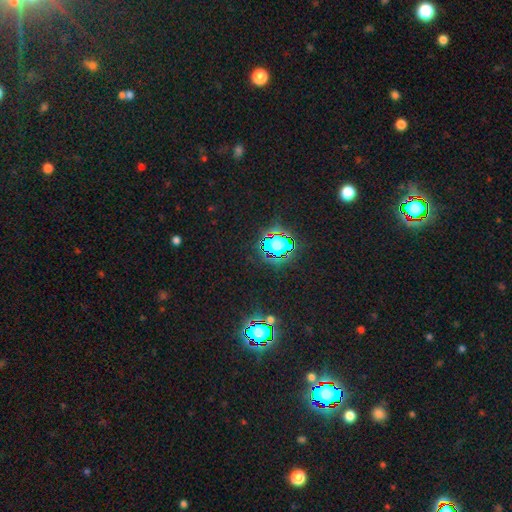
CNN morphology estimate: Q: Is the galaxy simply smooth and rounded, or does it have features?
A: star or artifact — 82%.